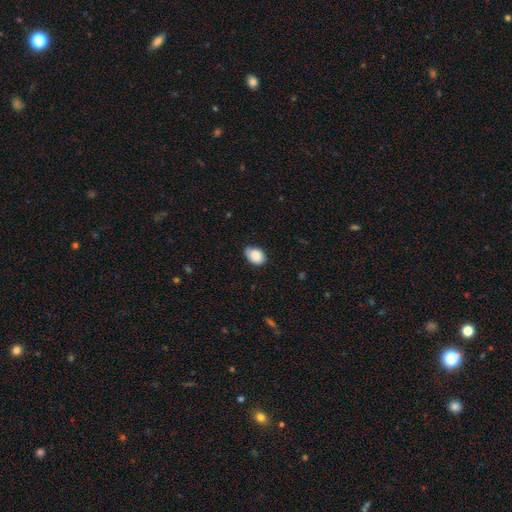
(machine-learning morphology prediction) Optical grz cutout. It shows a smooth galaxy with no disk features (87%) that is in between round and cigar-shaped (82%). Merging: none (67%).